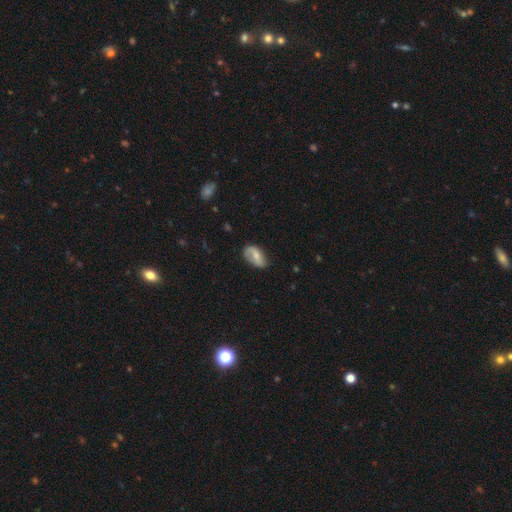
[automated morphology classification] This is possibly a smooth galaxy (50%). Merging: likely none (66%).